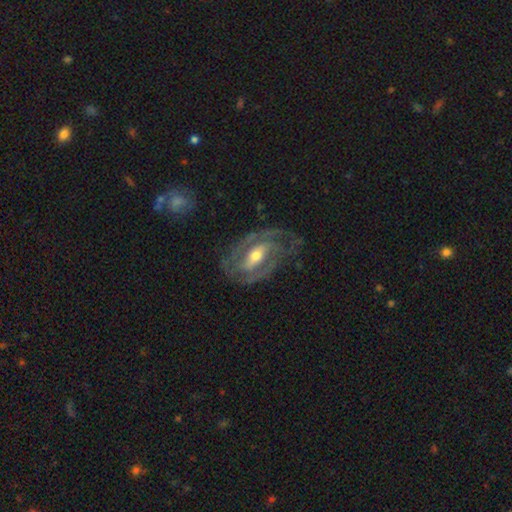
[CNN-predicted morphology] Smooth or featured? Predicted: featured or disk (p=0.88). Edge-on disk? Predicted: no (p=0.95). Bar? Predicted: strong (p=0.45). Spiral arms? Predicted: yes (p=0.93). Spiral winding? Predicted: tight (p=0.45). Spiral arm count? Predicted: 2 (p=0.67). Bulge size? Predicted: moderate (p=0.64). Merging? Predicted: none (p=0.69).